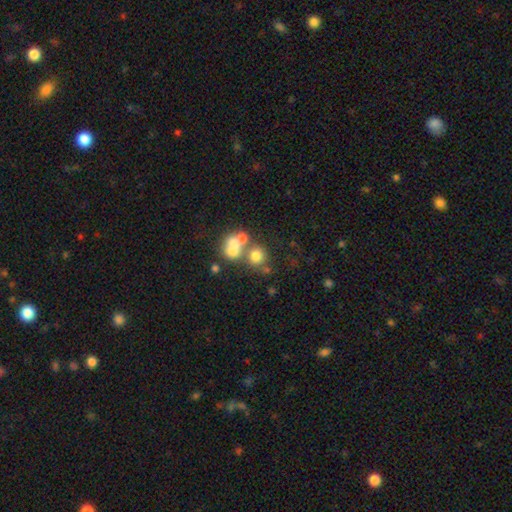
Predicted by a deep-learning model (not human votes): Smooth or featured?
  - smooth: 62% *
  - featured or disk: 22%
  - star or artifact: 16%
How rounded?
  - round: 82% *
  - in between: 17%
  - cigar-shaped: 1%
Merging?
  - merger: 43% *
  - none: 42%
  - minor disturbance: 8%
  - major disturbance: 7%